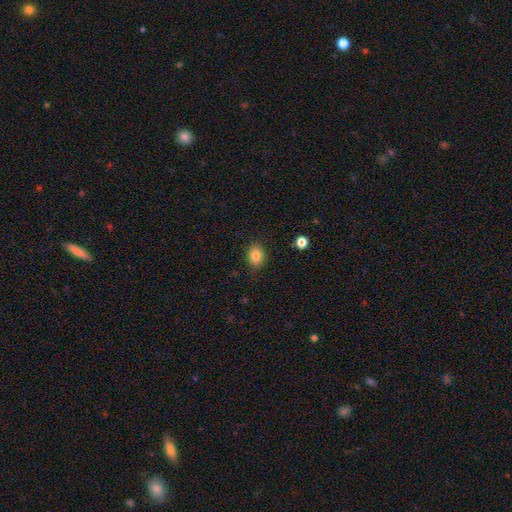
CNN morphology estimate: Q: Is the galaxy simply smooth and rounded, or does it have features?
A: smooth — 83%.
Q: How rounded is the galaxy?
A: in between — 58%.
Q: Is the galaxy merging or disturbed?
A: none — 87%.